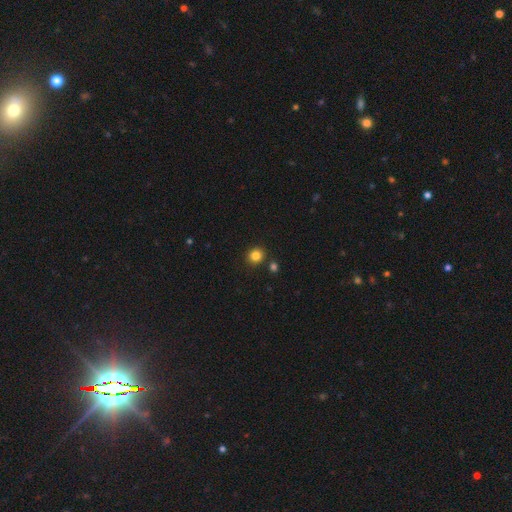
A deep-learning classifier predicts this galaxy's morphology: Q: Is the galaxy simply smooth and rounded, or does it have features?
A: smooth — 84%.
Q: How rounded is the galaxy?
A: round — 88%.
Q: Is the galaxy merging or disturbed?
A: none — 86%.